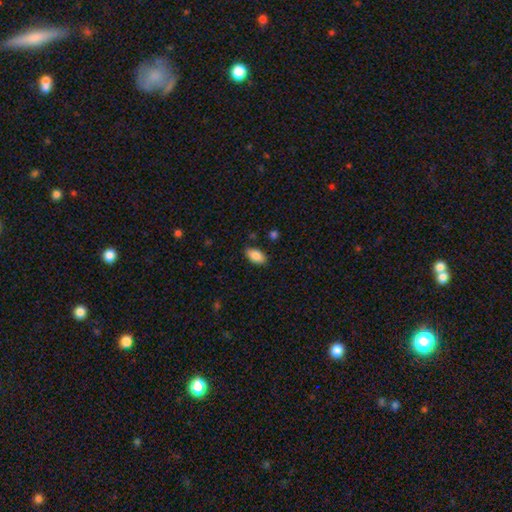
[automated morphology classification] The model was most divided on "merging": none: 84%, minor disturbance: 11%, major disturbance: 2%, merger: 2%. More confident: how rounded — in between (93%); smooth or featured — smooth (87%).